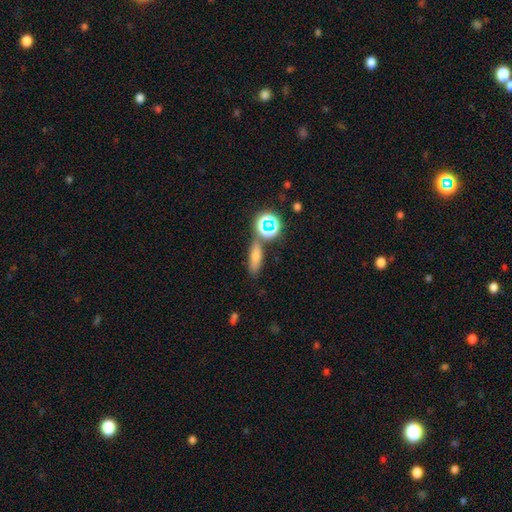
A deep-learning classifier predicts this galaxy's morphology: smooth-or-featured: smooth: 66% | star or artifact: 20% | featured or disk: 14%
  how-rounded: cigar-shaped: 47% | in between: 42% | round: 12%
  merging: none: 73% | merger: 12% | minor disturbance: 11% | major disturbance: 4%